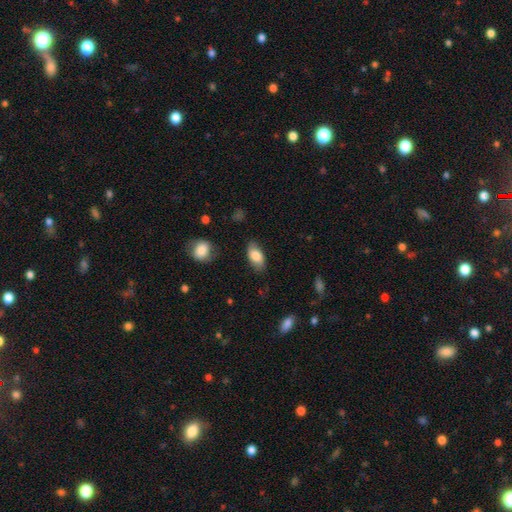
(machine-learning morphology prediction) Q: Smooth or featured?
A: smooth (81%); runner-up: featured or disk (12%)
Q: How rounded?
A: in between (91%); runner-up: cigar-shaped (4%)
Q: Merging?
A: none (80%); runner-up: minor disturbance (15%)